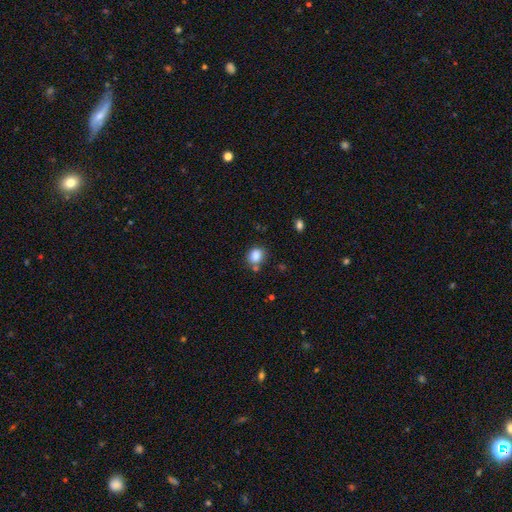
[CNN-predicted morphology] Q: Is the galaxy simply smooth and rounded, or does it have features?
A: smooth — 85%.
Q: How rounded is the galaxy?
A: round — 66%.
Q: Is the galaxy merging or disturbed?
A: none — 73%.